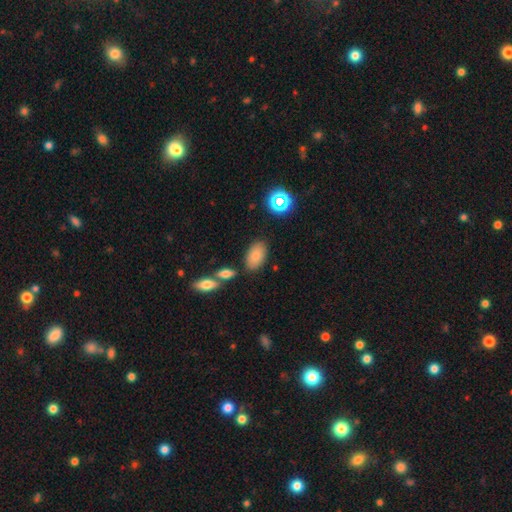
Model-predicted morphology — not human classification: This is clearly a smooth galaxy (80%). How rounded: clearly in between (93%). Merging: likely none (79%).